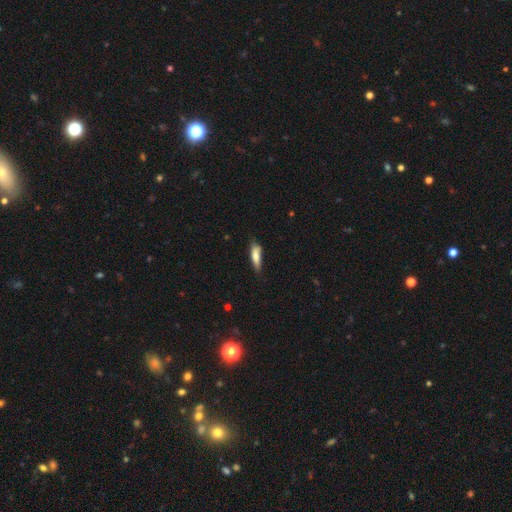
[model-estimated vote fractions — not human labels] Smooth or featured? Predicted: smooth (p=0.73). How rounded? Predicted: cigar-shaped (p=0.63). Merging? Predicted: none (p=0.65).